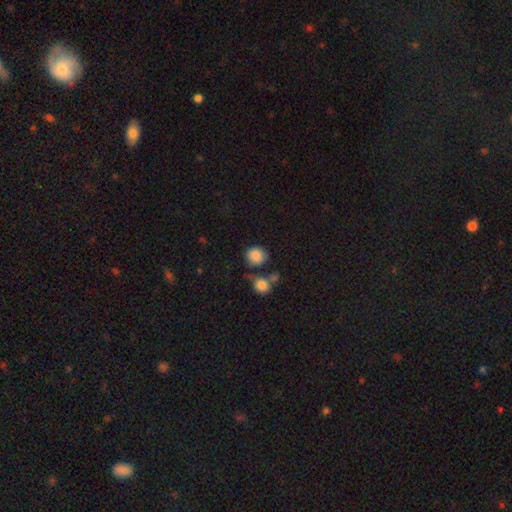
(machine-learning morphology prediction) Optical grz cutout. It shows a smooth galaxy with no disk features (87%) that is round (80%). Merging: none (66%).